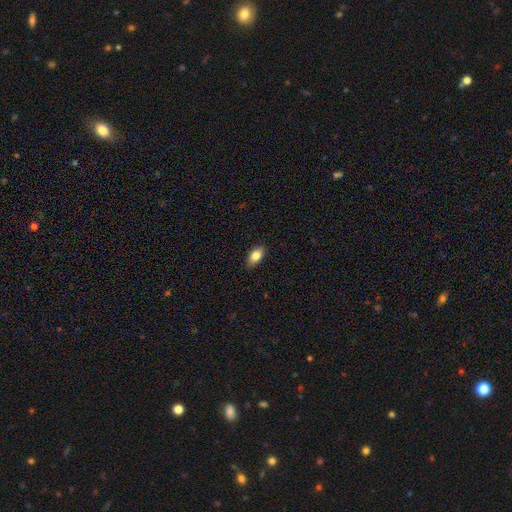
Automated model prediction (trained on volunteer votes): A smooth galaxy with no disk features (83%) that is in between round and cigar-shaped (90%). Merging: none (86%).